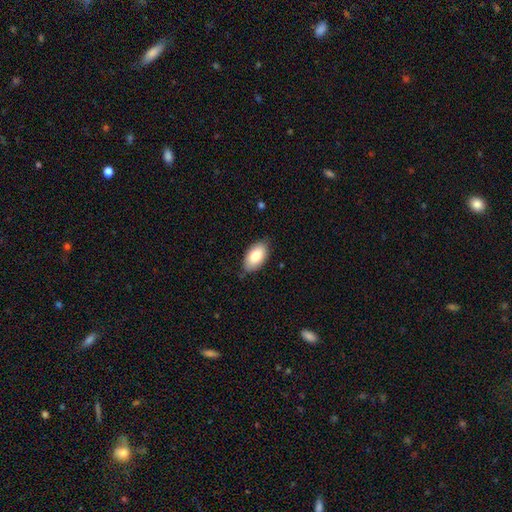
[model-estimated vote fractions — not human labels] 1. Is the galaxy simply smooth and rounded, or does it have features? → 81% smooth, 12% featured or disk, 7% star or artifact.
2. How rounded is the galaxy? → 95% in between, 4% round, 2% cigar-shaped.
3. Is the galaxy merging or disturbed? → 80% none, 16% minor disturbance, 2% major disturbance, 1% merger.